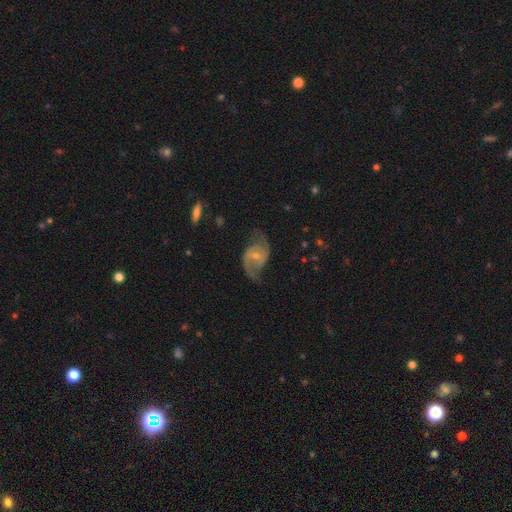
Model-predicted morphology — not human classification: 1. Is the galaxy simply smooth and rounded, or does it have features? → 86% featured or disk, 9% smooth, 5% star or artifact.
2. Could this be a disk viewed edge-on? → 97% no, 3% yes.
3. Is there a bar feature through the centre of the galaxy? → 46% weak, 42% no, 12% strong.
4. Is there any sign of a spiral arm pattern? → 96% yes, 4% no.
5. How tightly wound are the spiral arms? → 46% medium, 41% loose, 13% tight.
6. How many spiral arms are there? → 92% 2, 3% can't tell, 2% 1, 1% 3, 1% 4, 1% more than 4.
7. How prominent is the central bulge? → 54% small, 39% moderate, 3% none, 2% large, 1% dominant.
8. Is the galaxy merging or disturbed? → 69% none, 18% minor disturbance, 11% major disturbance, 2% merger.